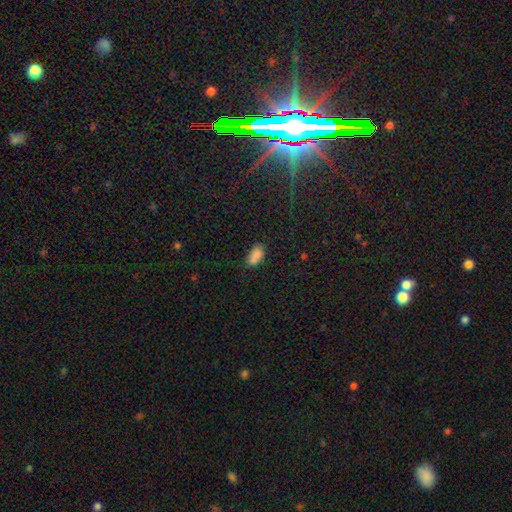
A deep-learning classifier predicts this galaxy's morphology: A smooth galaxy with no disk features (83%) that is in between round and cigar-shaped (91%).

Vote fractions:
- Smooth or featured? smooth: 83% / star or artifact: 11% / featured or disk: 6%
- How rounded? in between: 91% / round: 6% / cigar-shaped: 3%
- Merging? none: 67% / minor disturbance: 20% / merger: 8% / major disturbance: 5%